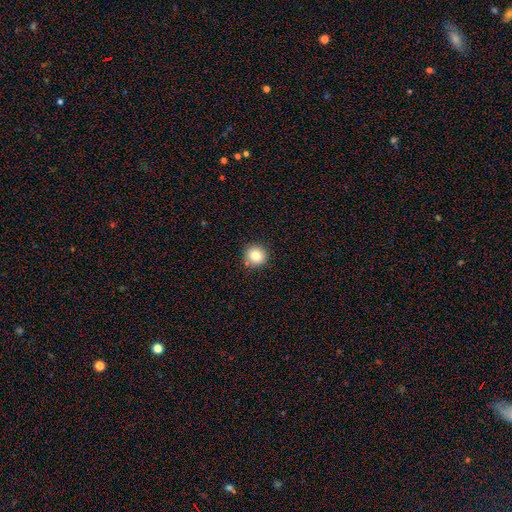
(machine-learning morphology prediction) This is clearly a smooth galaxy (82%). How rounded: clearly round (92%). Merging: clearly none (87%).